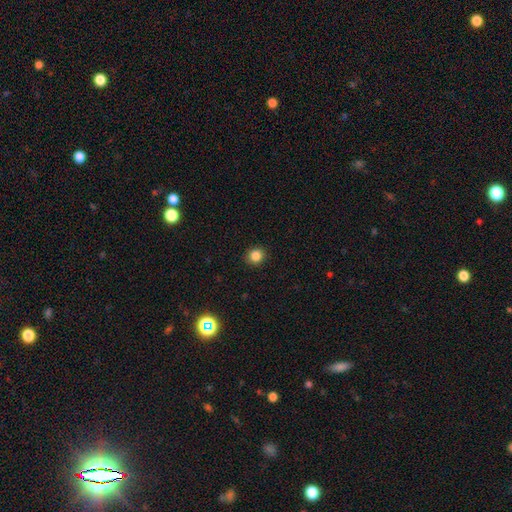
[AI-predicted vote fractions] Smooth or featured? Predicted: smooth (p=0.84). How rounded? Predicted: round (p=0.87). Merging? Predicted: none (p=0.91).